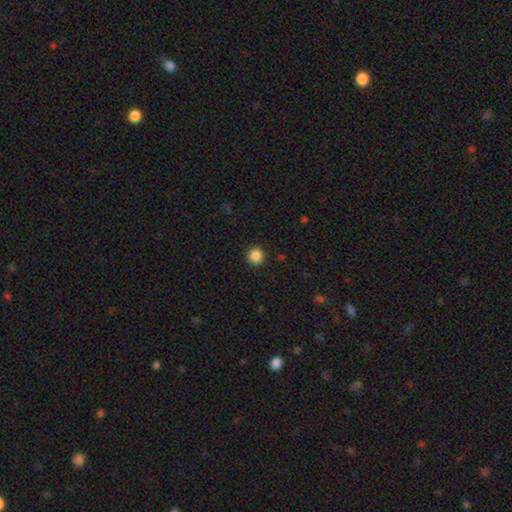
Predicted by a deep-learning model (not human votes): Smooth or featured?
  - smooth: 86% *
  - star or artifact: 11%
  - featured or disk: 3%
How rounded?
  - round: 95% *
  - in between: 4%
  - cigar-shaped: 1%
Merging?
  - none: 92% *
  - minor disturbance: 5%
  - major disturbance: 2%
  - merger: 1%